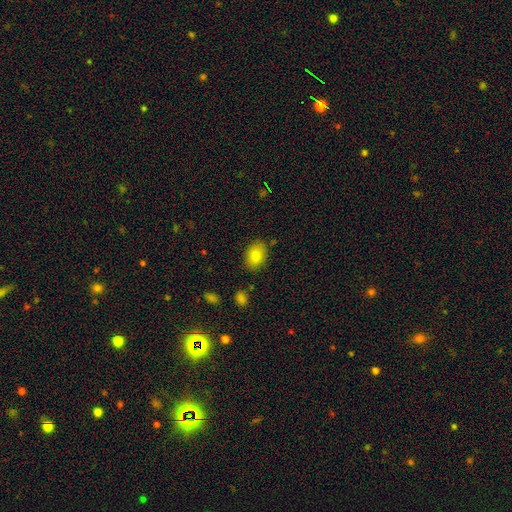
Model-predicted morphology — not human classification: smooth_or_featured: smooth (p=0.85) [alt: star or artifact p=0.08]
how_rounded: in between (p=0.84) [alt: round p=0.15]
merging: none (p=0.81) [alt: minor disturbance p=0.13]